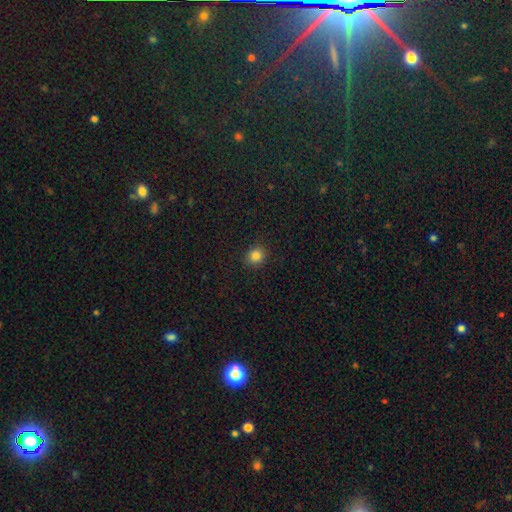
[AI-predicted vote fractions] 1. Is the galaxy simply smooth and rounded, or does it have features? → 84% smooth, 12% star or artifact, 4% featured or disk.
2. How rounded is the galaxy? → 85% round, 14% in between, 1% cigar-shaped.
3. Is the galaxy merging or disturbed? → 91% none, 6% minor disturbance, 2% major disturbance, 1% merger.